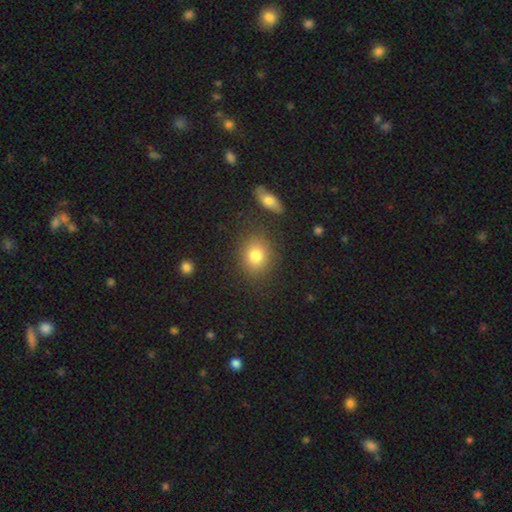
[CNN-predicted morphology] Q: Smooth or featured?
A: smooth (81%); runner-up: star or artifact (10%)
Q: How rounded?
A: round (58%); runner-up: in between (41%)
Q: Merging?
A: none (81%); runner-up: minor disturbance (11%)